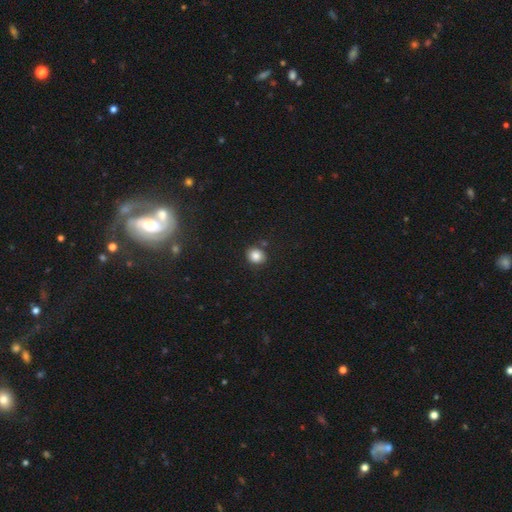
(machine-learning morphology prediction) This appears to be a smooth galaxy with no disk features (84%) that is round (80%). Merging: none (83%).